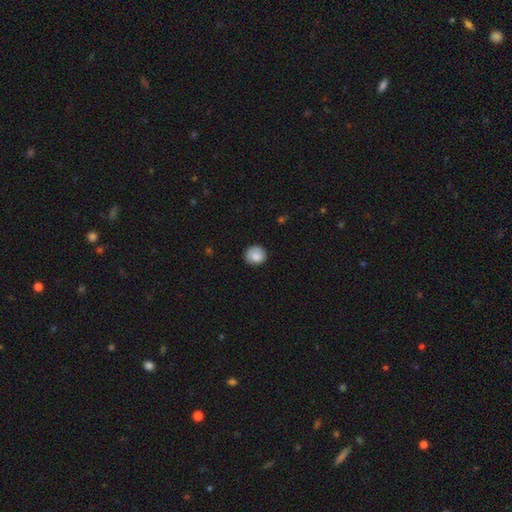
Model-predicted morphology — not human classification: Smooth or featured: smooth — 84% (featured or disk — 8%)
How rounded: round — 84% (in between — 15%)
Merging: none — 80% (minor disturbance — 16%)